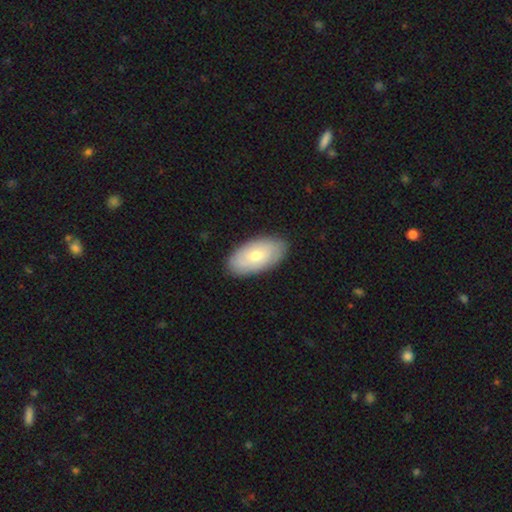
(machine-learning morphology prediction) Smooth or featured? Predicted: smooth (p=0.62). How rounded? Predicted: in between (p=0.94). Merging? Predicted: none (p=0.87).